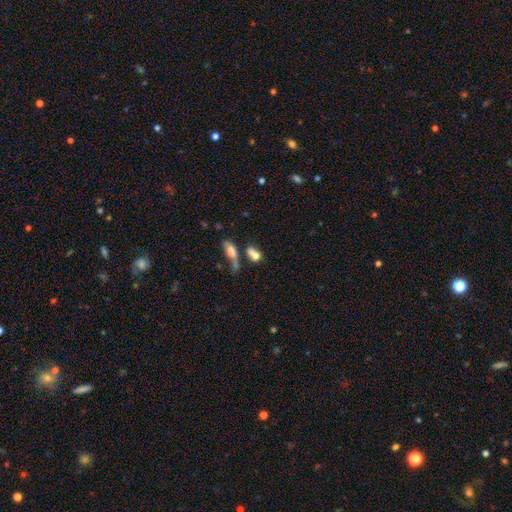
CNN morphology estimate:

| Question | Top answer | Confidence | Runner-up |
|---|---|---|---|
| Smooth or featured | smooth | 69% | featured or disk (18%) |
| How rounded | in between | 70% | round (20%) |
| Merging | merger | 51% | none (27%) |